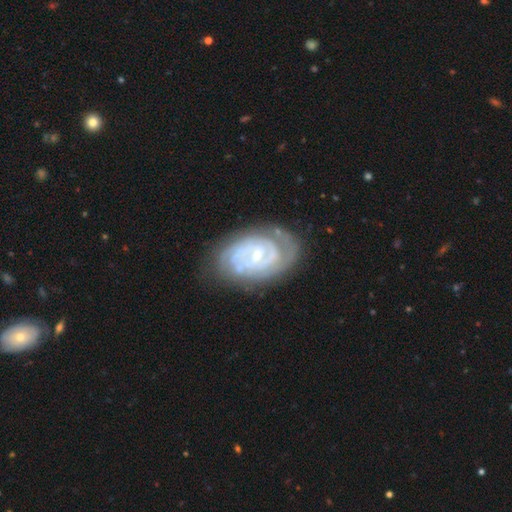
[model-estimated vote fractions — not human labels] smooth_or_featured: featured or disk (p=0.86) [alt: smooth p=0.09]
disk_edge_on: no (p=0.96) [alt: yes p=0.04]
bar: weak (p=0.45) [alt: no p=0.36]
has_spiral_arms: yes (p=0.94) [alt: no p=0.06]
spiral_winding: tight (p=0.74) [alt: medium p=0.22]
spiral_arm_count: 2 (p=0.36) [alt: can't tell p=0.31]
bulge_size: small (p=0.67) [alt: moderate p=0.30]
merging: none (p=0.72) [alt: minor disturbance p=0.19]